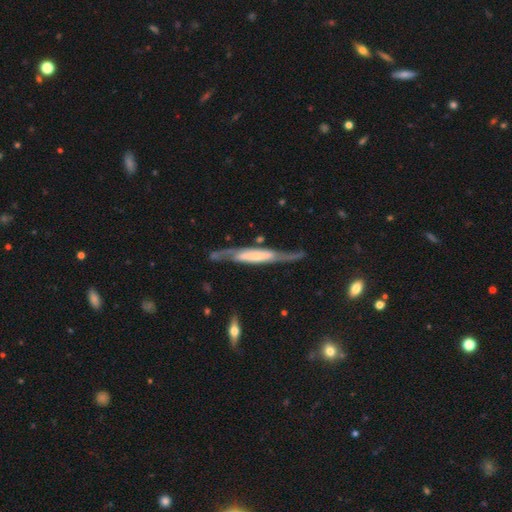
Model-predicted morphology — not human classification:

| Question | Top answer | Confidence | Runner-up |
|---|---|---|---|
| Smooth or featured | featured or disk | 78% | smooth (17%) |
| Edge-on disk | yes | 55% | no (45%) |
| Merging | none | 64% | minor disturbance (22%) |